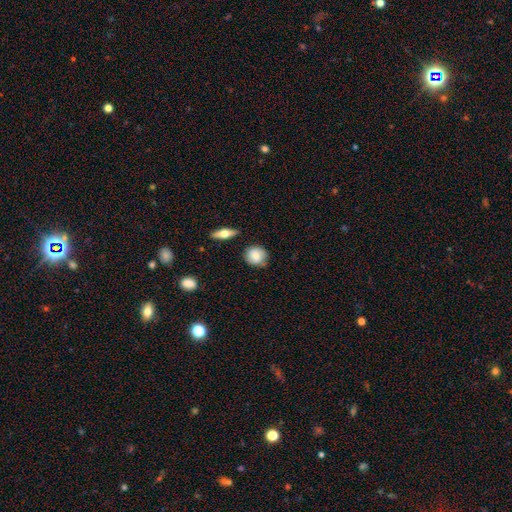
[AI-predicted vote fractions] Smooth or featured? smooth (78%)
How rounded? round (81%)
Merging? none (74%)